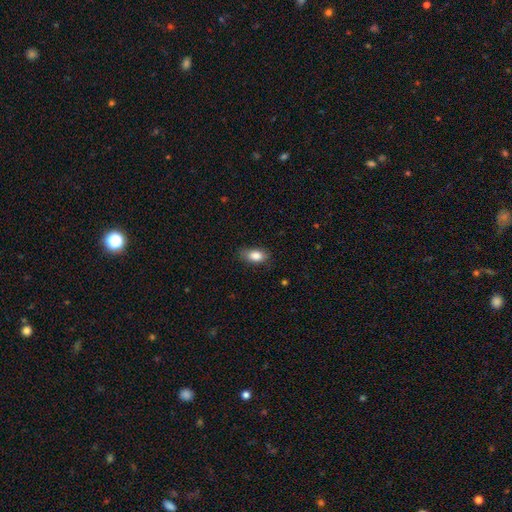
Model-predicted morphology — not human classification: A smooth galaxy with no disk features (86%) that is in between round and cigar-shaped (88%). Merging: none (78%).